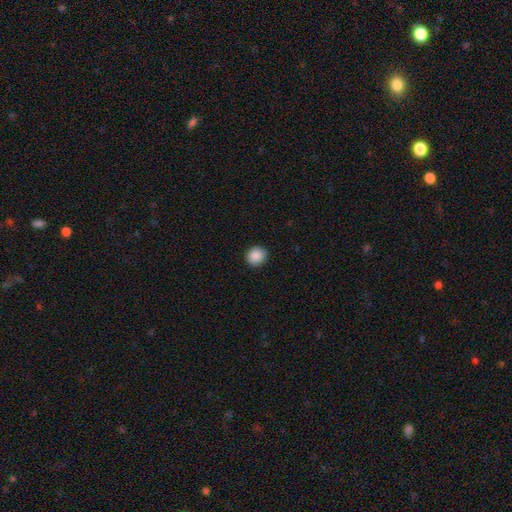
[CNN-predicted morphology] Smooth or featured? Predicted: smooth (p=0.89). How rounded? Predicted: round (p=0.82). Merging? Predicted: none (p=0.91).